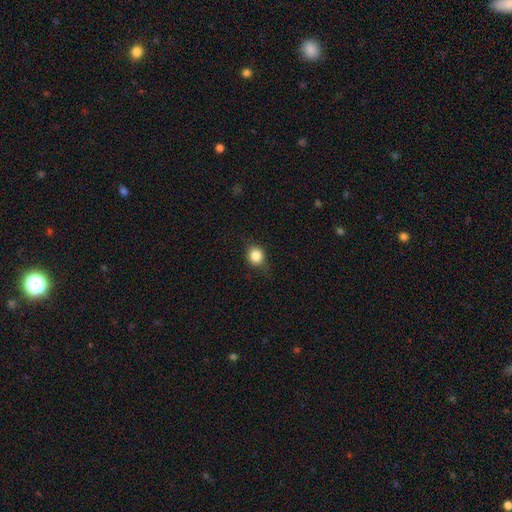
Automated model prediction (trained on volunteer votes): Smooth or featured?
  - smooth: 82% *
  - star or artifact: 10%
  - featured or disk: 8%
How rounded?
  - round: 76% *
  - in between: 23%
  - cigar-shaped: 1%
Merging?
  - none: 77% *
  - minor disturbance: 18%
  - major disturbance: 5%
  - merger: 1%